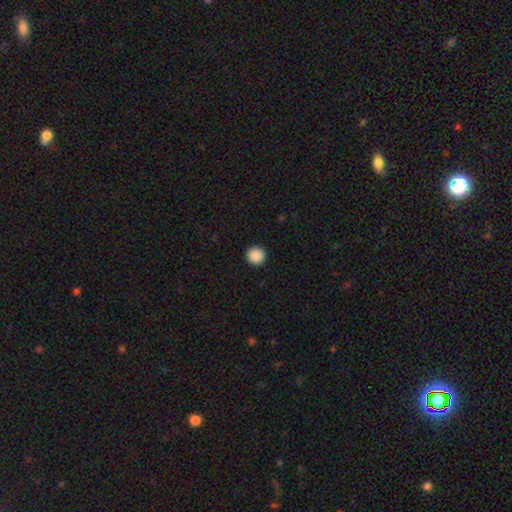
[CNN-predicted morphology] A smooth galaxy with no disk features (89%) that is round (96%). Merging: none (93%).